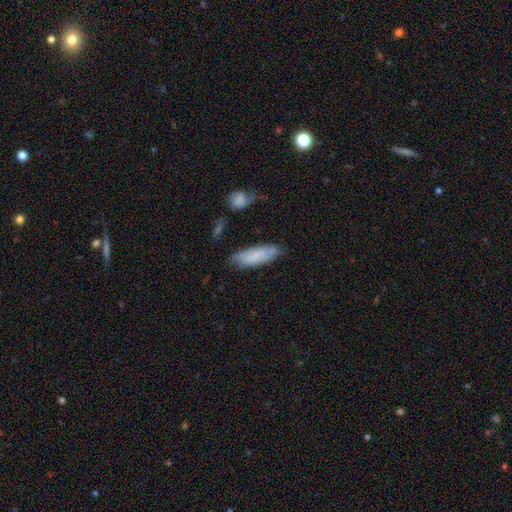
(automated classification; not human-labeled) Smooth or featured: smooth — 76% (featured or disk — 17%)
How rounded: in between — 59% (cigar-shaped — 39%)
Merging: none — 70% (minor disturbance — 21%)